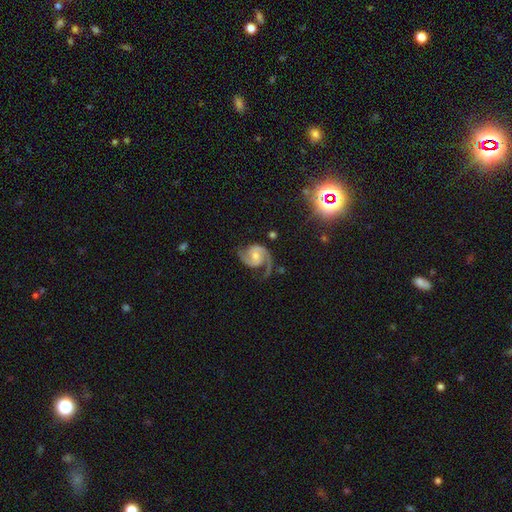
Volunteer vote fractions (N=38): featured or disk 89%, smooth 8%, star or artifact 3%. Down the decision tree: edge-on disk — no (100%); bar — no (82%); spiral arms — yes (97%); spiral arm count — 2 (97%); spiral winding — medium (70%); bulge size — moderate (59%); merging — none (68%).